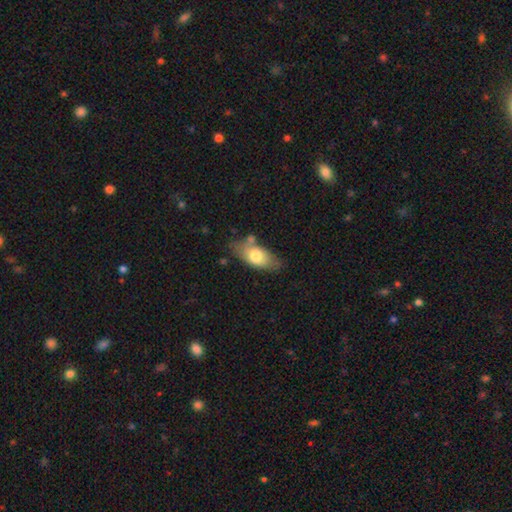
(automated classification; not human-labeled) A smooth galaxy with no disk features (70%) that is in between round and cigar-shaped (87%).

Vote fractions:
- Smooth or featured? smooth: 70% / featured or disk: 23% / star or artifact: 6%
- How rounded? in between: 87% / cigar-shaped: 8% / round: 4%
- Merging? none: 62% / minor disturbance: 22% / merger: 10% / major disturbance: 6%